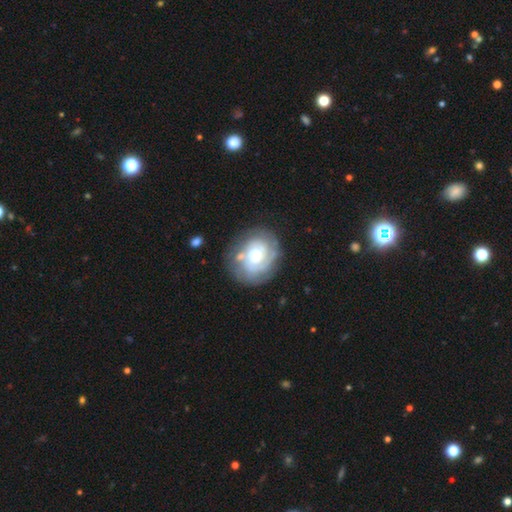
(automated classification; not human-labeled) featured or disk 71%, smooth 23%, star or artifact 7%. Down the decision tree: edge-on disk — no (97%); bar — no (78%); spiral arms — yes (84%); spiral arm count — can't tell (45%); spiral winding — tight (68%); bulge size — moderate (51%); merging — none (70%).